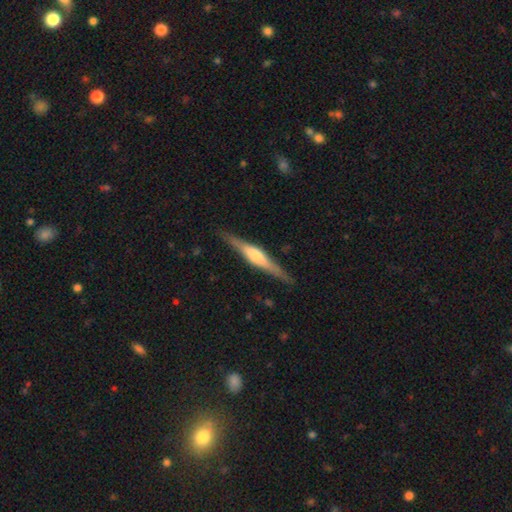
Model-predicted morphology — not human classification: This appears to be a featured or disk galaxy (67%) viewed edge-on (97%) with a rounded central bulge (67%). Merging: none (87%).